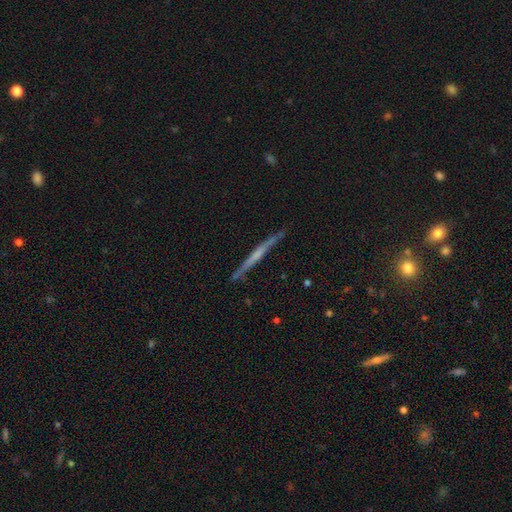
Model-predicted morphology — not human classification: This is likely a featured or disk galaxy (62%). It is clearly viewed edge-on (97%). Edge-on bulge: likely none (65%). Merging: clearly none (86%).